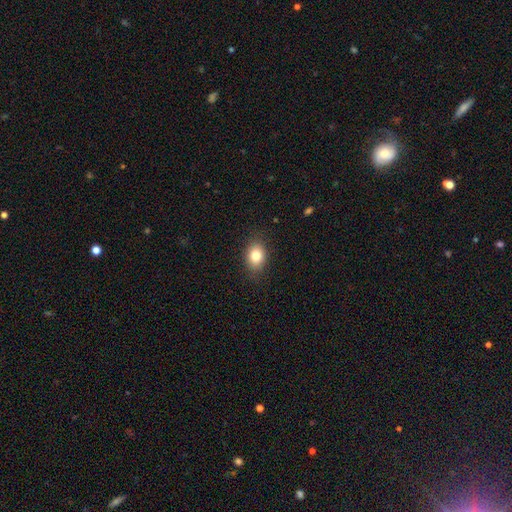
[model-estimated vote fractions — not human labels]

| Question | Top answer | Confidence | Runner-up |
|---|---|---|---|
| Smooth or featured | smooth | 82% | star or artifact (9%) |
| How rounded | in between | 71% | round (28%) |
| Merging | none | 86% | minor disturbance (10%) |